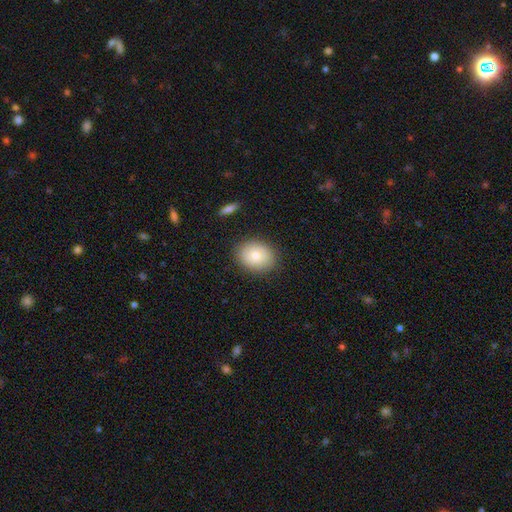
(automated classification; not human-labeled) Overall: smooth (76%). How rounded: in between (51%; round 48%). Merging: none (86%).